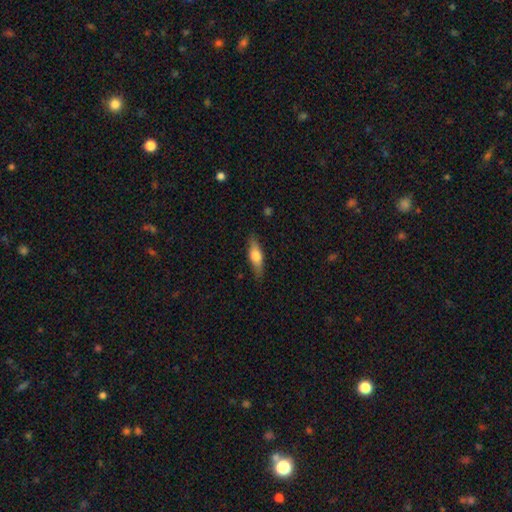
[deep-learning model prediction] Morphology: type=smooth (60%); roundness=cigar-shaped (50%); merging=none (85%).